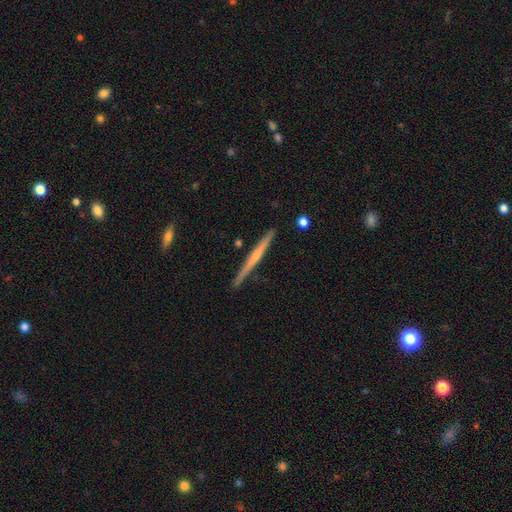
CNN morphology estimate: Smooth or featured? Predicted: featured or disk (p=0.61). Edge-on disk? Predicted: yes (p=0.98). Edge-on bulge? Predicted: none (p=0.57). Merging? Predicted: none (p=0.89).